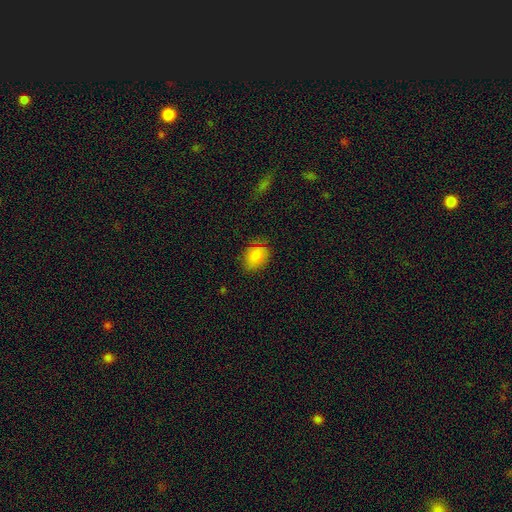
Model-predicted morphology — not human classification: A smooth galaxy with no disk features (82%) that is in between round and cigar-shaped (64%). Merging: none (73%).